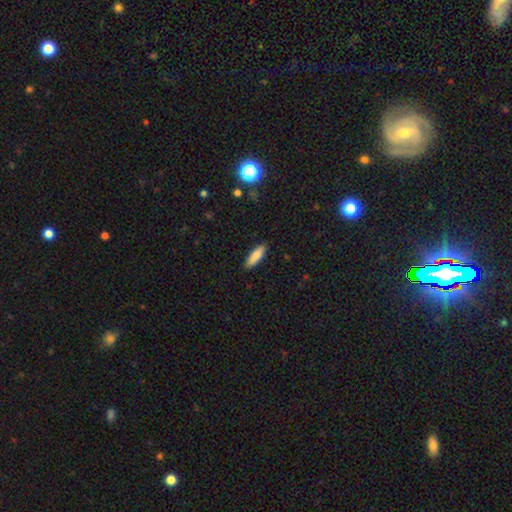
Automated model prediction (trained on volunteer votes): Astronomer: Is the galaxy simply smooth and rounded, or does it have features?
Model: smooth — 85%.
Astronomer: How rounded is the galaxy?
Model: cigar-shaped — 53% (runner-up: in between, 46%).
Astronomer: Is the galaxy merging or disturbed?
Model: none — 89%.